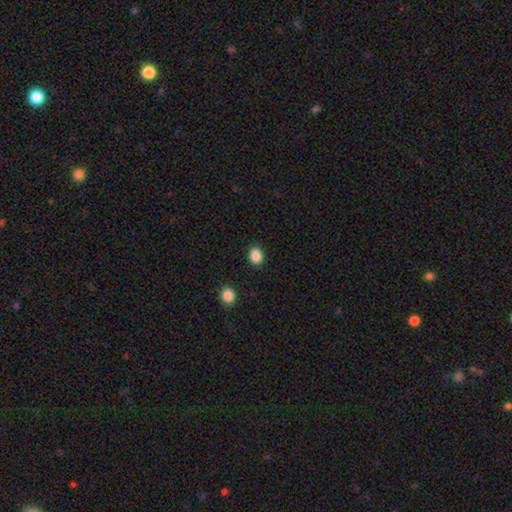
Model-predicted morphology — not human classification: The model was most divided on "how rounded": round: 50%, in between: 49%, cigar-shaped: 1%. More confident: merging — none (89%); smooth or featured — smooth (88%).